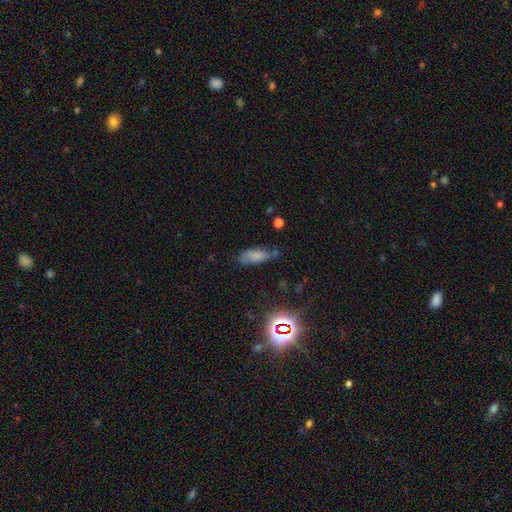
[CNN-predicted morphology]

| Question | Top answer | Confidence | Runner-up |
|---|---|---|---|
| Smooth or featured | smooth | 70% | star or artifact (15%) |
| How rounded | in between | 72% | cigar-shaped (25%) |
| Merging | none | 55% | minor disturbance (32%) |